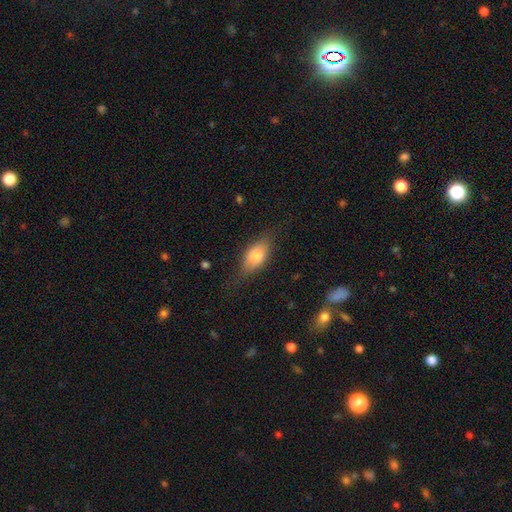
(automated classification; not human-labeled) This is likely a smooth galaxy (68%). How rounded: clearly in between (83%). Merging: likely none (71%).